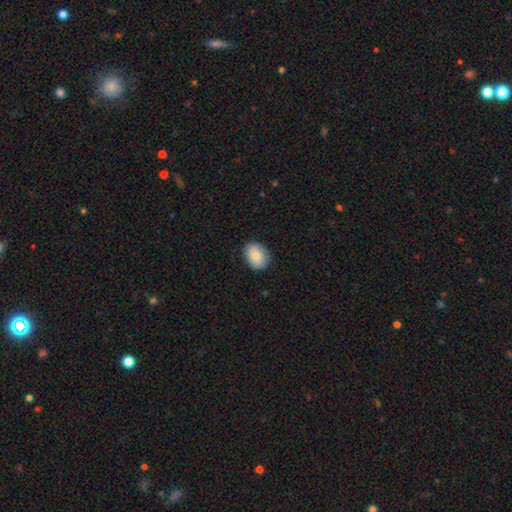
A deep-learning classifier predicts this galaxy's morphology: Smooth or featured? Predicted: smooth (p=0.81). How rounded? Predicted: in between (p=0.59). Merging? Predicted: none (p=0.83).